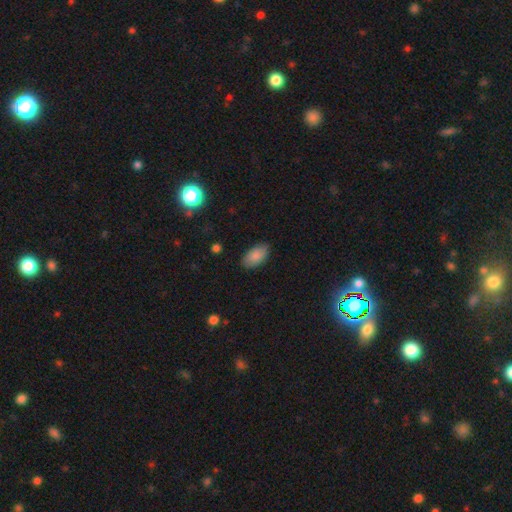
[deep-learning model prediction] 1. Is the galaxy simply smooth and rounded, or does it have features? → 86% smooth, 7% star or artifact, 7% featured or disk.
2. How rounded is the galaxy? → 94% in between, 3% round, 2% cigar-shaped.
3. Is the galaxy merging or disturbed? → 84% none, 13% minor disturbance, 3% major disturbance, 1% merger.